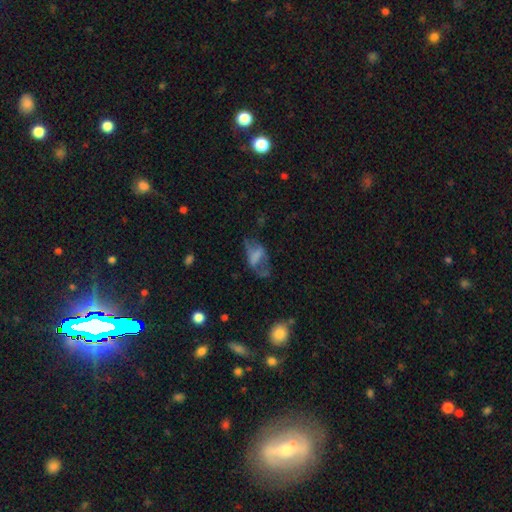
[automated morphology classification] Q: Smooth or featured?
A: featured or disk (44%); runner-up: smooth (43%)
Q: Merging?
A: major disturbance (42%); runner-up: none (31%)